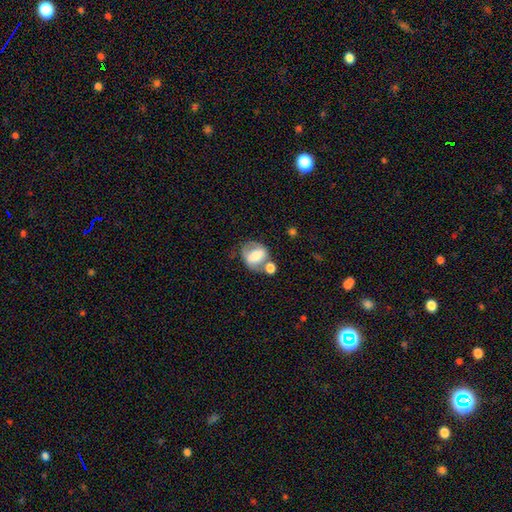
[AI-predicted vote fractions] Overall: smooth (56%; featured or disk 35%). How rounded: round (55%; in between 43%). Merging: none (42%; merger 30%).